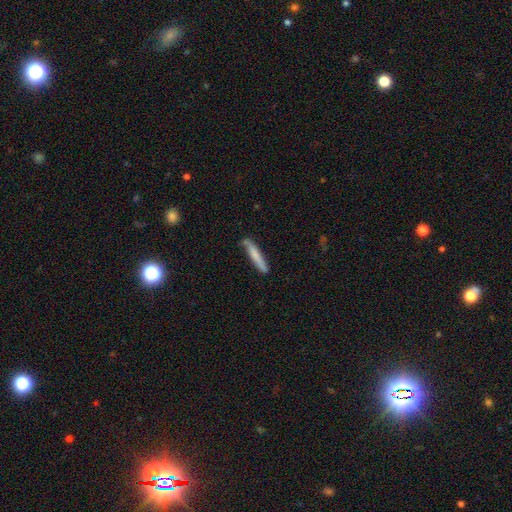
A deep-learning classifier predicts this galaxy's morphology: type=smooth (70%); roundness=cigar-shaped (94%); merging=none (76%).